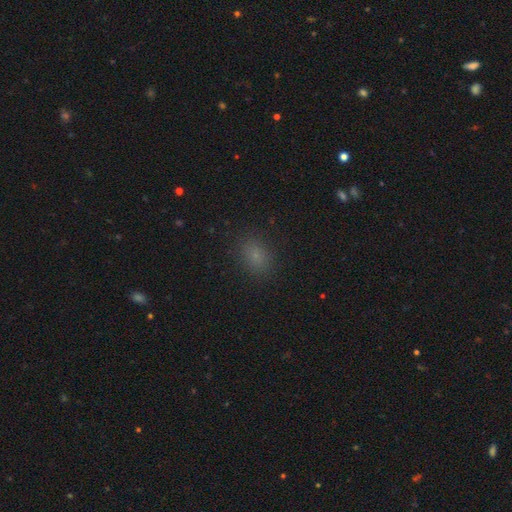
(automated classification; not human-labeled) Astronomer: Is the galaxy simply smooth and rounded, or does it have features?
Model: smooth — 75%.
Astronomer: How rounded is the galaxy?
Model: in between — 63%.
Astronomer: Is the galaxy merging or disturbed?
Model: none — 85%.